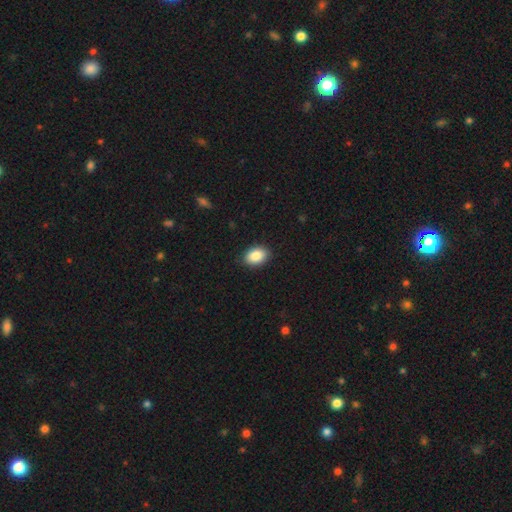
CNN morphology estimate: Smooth or featured?
  - smooth: 88% *
  - star or artifact: 7%
  - featured or disk: 5%
How rounded?
  - in between: 83% *
  - round: 16%
  - cigar-shaped: 1%
Merging?
  - none: 88% *
  - minor disturbance: 9%
  - major disturbance: 2%
  - merger: 1%